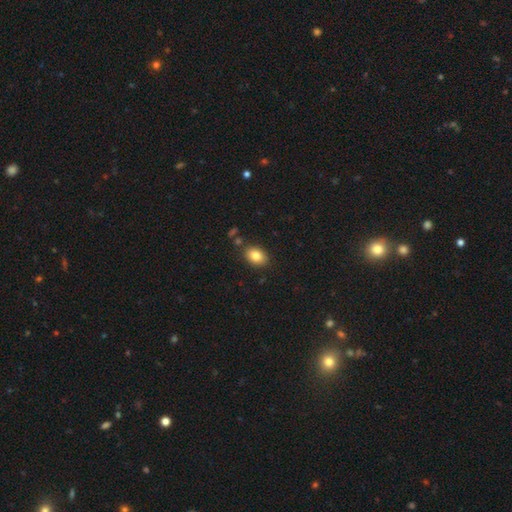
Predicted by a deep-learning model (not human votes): Smooth or featured? smooth (84%)
How rounded? in between (78%)
Merging? none (84%)